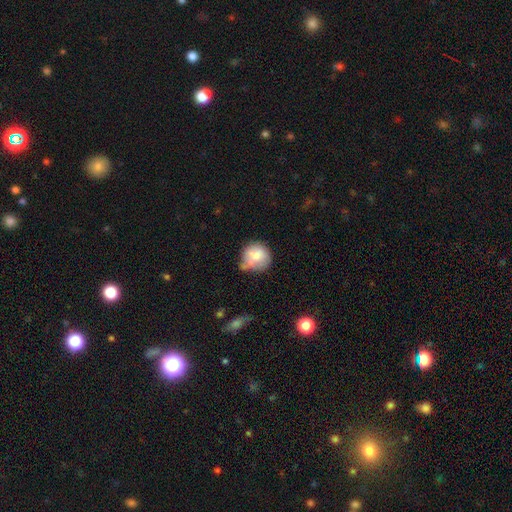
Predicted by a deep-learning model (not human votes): Smooth or featured? smooth (74%)
How rounded? round (85%)
Merging? none (43%)